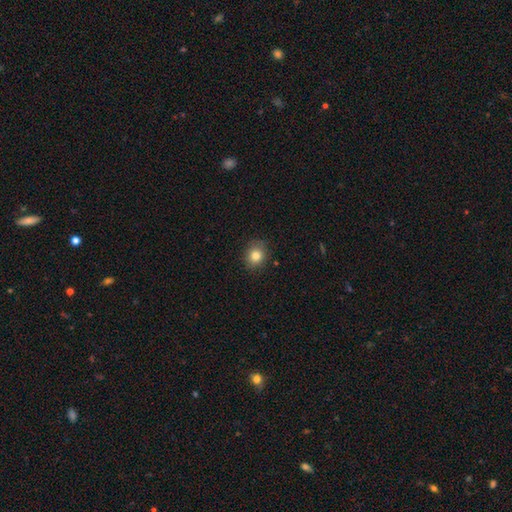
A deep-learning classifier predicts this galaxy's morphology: Q: Smooth or featured?
A: smooth (82%); runner-up: star or artifact (11%)
Q: How rounded?
A: round (70%); runner-up: in between (29%)
Q: Merging?
A: none (85%); runner-up: minor disturbance (11%)